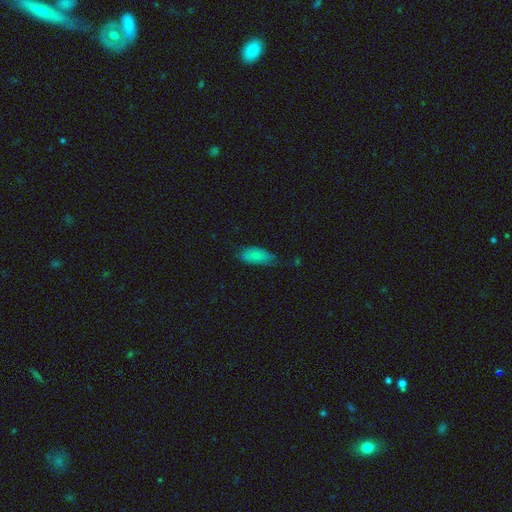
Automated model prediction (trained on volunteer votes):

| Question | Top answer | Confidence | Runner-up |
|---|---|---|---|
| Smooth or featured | smooth | 74% | featured or disk (19%) |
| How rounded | in between | 90% | cigar-shaped (7%) |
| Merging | none | 51% | minor disturbance (37%) |